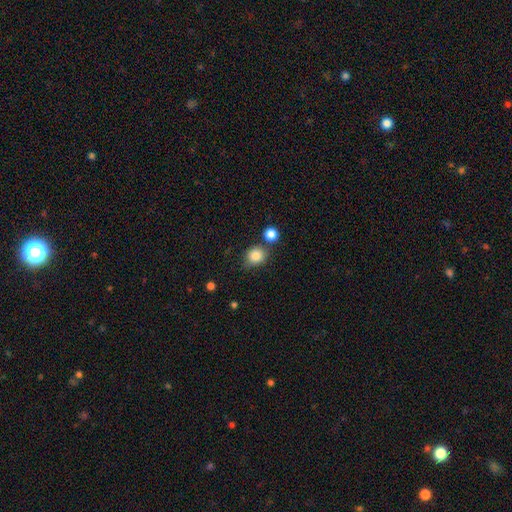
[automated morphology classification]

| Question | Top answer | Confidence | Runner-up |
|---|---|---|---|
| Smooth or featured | smooth | 85% | star or artifact (10%) |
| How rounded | round | 74% | in between (25%) |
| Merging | none | 66% | merger (15%) |